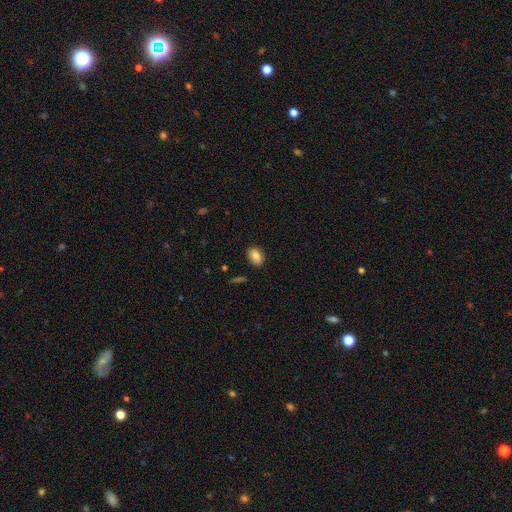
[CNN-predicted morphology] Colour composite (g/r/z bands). It shows a smooth galaxy with no disk features (83%) that is in between round and cigar-shaped (83%). Merging: none (87%).